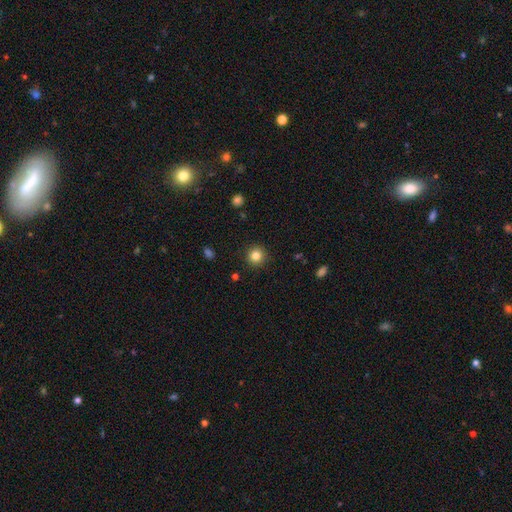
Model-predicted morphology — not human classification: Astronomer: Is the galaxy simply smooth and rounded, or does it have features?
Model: smooth — 83%.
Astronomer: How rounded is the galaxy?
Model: round — 94%.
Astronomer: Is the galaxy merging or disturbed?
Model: none — 91%.